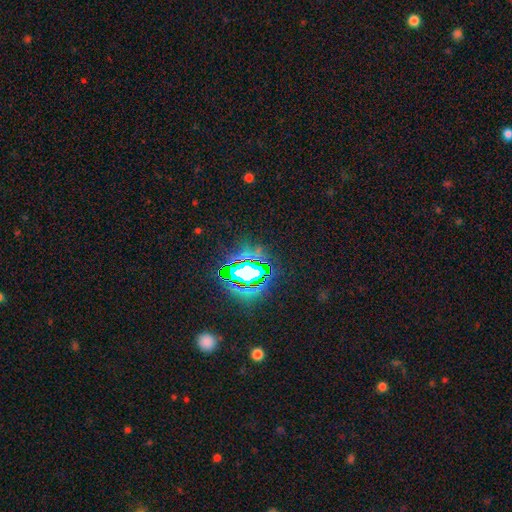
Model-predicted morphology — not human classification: type=star or artifact (83%).